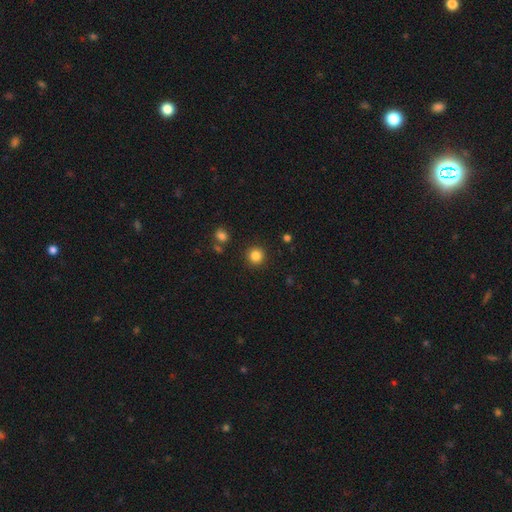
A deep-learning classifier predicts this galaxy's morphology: Q: Smooth or featured?
A: smooth (85%); runner-up: star or artifact (11%)
Q: How rounded?
A: round (94%); runner-up: in between (5%)
Q: Merging?
A: none (91%); runner-up: minor disturbance (5%)